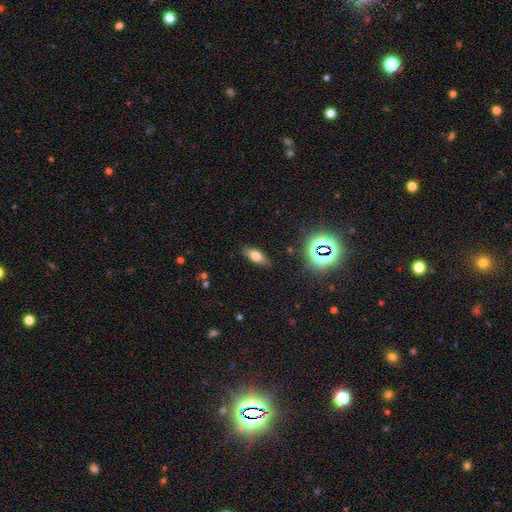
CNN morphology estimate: Smooth or featured? Predicted: smooth (p=0.72). How rounded? Predicted: in between (p=0.79). Merging? Predicted: none (p=0.85).